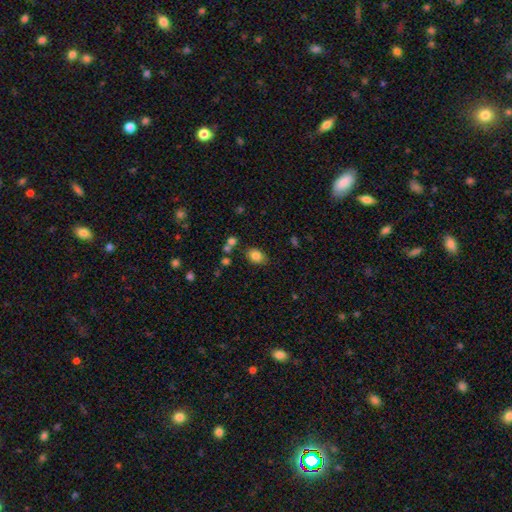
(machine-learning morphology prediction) This is clearly a smooth galaxy (83%). How rounded: likely in between (76%). Merging: likely none (77%).